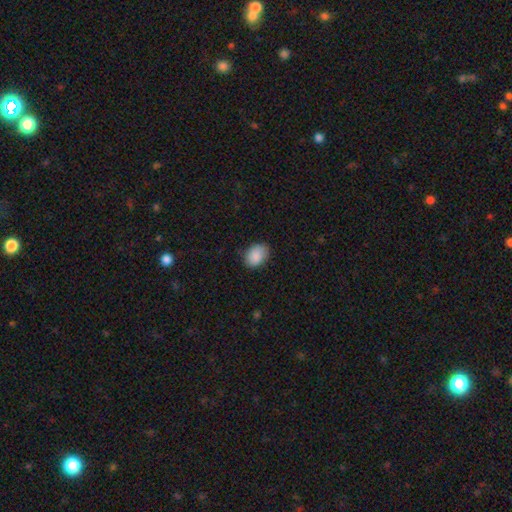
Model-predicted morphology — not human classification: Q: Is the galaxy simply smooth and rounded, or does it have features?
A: smooth — 88%.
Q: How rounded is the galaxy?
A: in between — 77%.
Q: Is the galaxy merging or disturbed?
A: none — 77%.